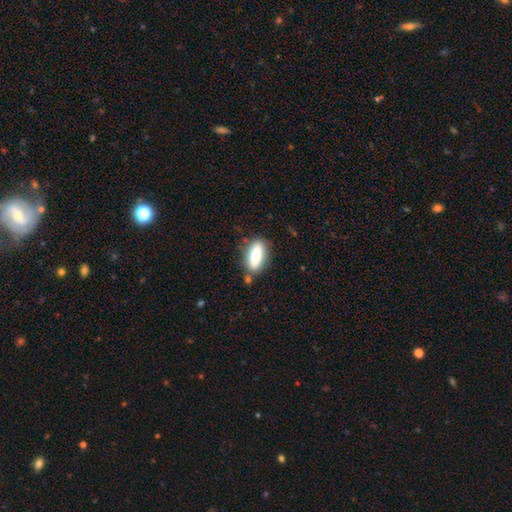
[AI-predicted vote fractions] Smooth or featured? smooth (80%)
How rounded? in between (65%)
Merging? none (77%)